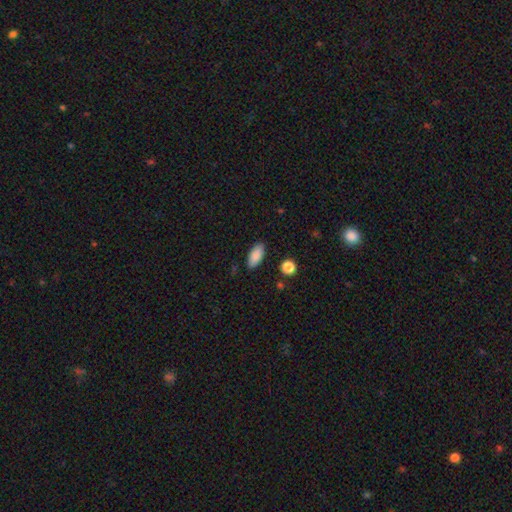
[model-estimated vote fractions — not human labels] This is clearly a smooth galaxy (88%). How rounded: clearly in between (87%). Merging: clearly none (87%).